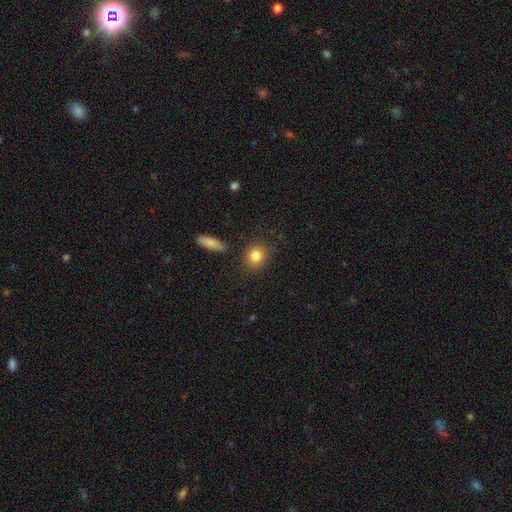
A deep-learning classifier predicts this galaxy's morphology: Smooth or featured: smooth — 84% (star or artifact — 9%)
How rounded: round — 75% (in between — 23%)
Merging: none — 84% (minor disturbance — 10%)